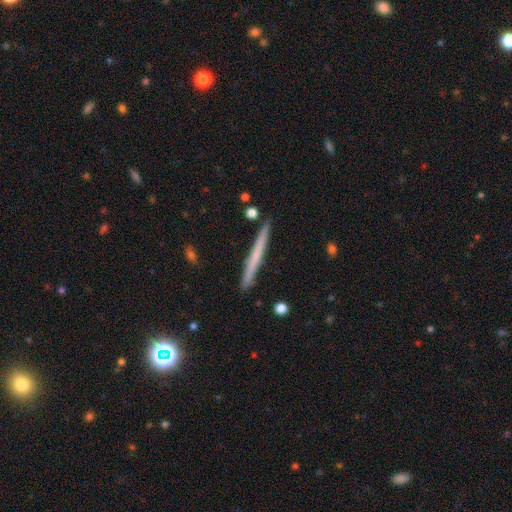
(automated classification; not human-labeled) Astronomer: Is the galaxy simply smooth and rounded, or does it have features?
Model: smooth — 52% (runner-up: featured or disk, 42%).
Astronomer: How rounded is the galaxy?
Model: cigar-shaped — 97%.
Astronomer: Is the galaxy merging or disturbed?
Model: none — 91%.